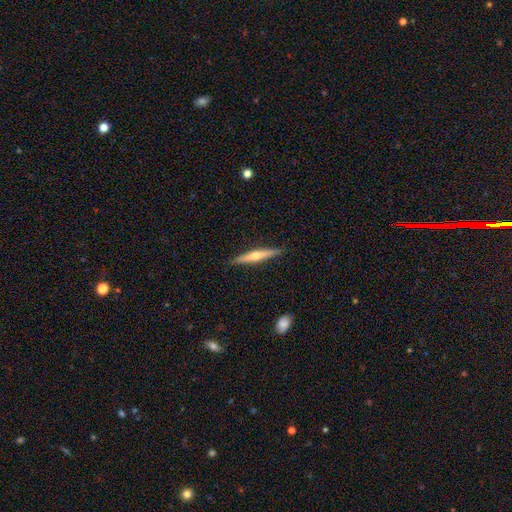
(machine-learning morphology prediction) type=featured or disk (61%); edge-on=yes (96%); edge-on bulge=rounded (88%); merging=none (89%).